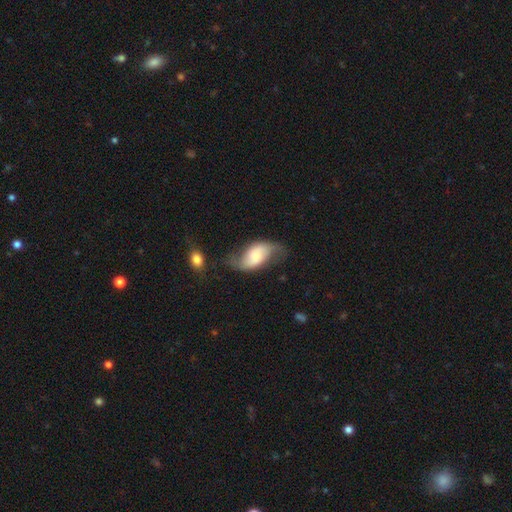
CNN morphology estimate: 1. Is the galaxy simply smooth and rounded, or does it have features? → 59% featured or disk, 34% smooth, 7% star or artifact.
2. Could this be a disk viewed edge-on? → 95% no, 5% yes.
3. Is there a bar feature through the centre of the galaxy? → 54% no, 33% weak, 13% strong.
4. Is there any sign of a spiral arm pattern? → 87% yes, 13% no.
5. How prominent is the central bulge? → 41% small, 39% moderate, 11% large, 5% none, 4% dominant.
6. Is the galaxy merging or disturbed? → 53% none, 26% minor disturbance, 16% major disturbance, 5% merger.